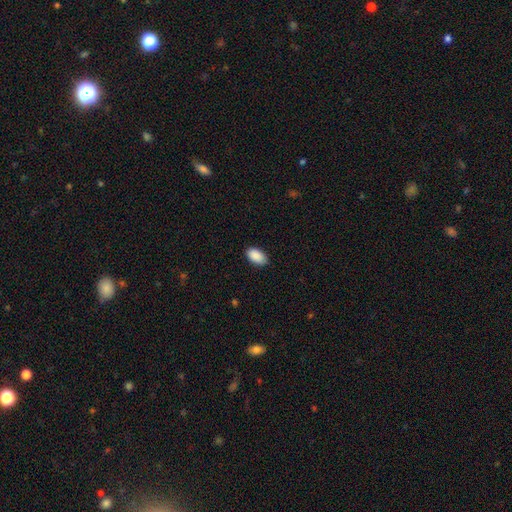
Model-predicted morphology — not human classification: type=smooth (91%); roundness=in between (95%); merging=none (85%).